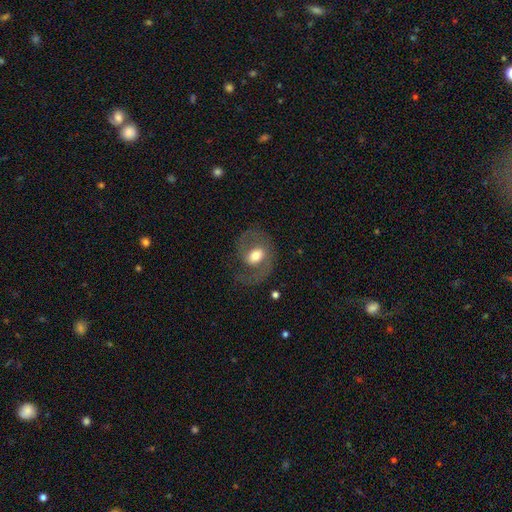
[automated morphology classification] Smooth or featured: featured or disk — 64% (smooth — 29%)
Edge-on disk: no — 96% (yes — 4%)
Bar: no — 44% (weak — 41%)
Spiral arms: yes — 78% (no — 22%)
Bulge size: moderate — 63% (large — 23%)
Merging: none — 60% (major disturbance — 20%)